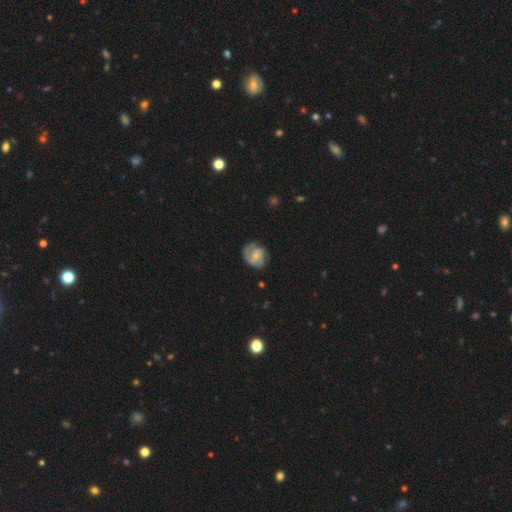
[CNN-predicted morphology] This is likely a featured or disk galaxy (76%). It is clearly not viewed edge-on (98%). Bar: possibly no (57%). Spiral arm pattern: clearly yes (95%). Spiral arm count: possibly 2 (58%). Spiral winding: possibly tight (45%). Central bulge: possibly small (56%). Merging: likely none (72%).